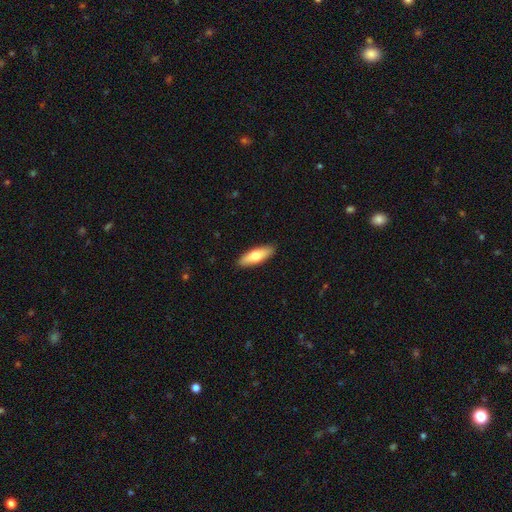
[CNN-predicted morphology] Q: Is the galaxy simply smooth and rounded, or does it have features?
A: smooth — 70%.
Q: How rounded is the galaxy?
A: in between — 54%.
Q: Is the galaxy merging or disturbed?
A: none — 90%.